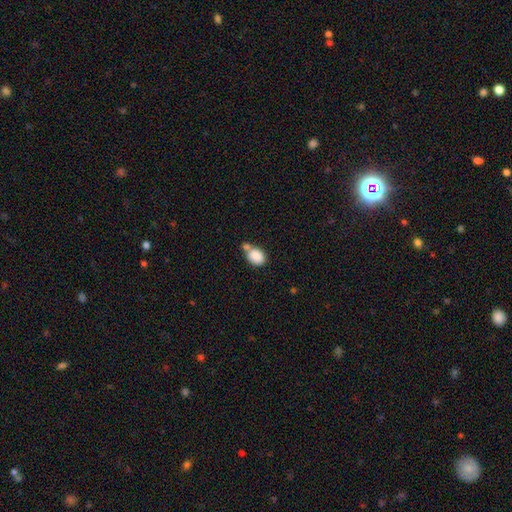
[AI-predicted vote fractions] A smooth galaxy with no disk features (86%) that is in between round and cigar-shaped (69%).

Vote fractions:
- Smooth or featured? smooth: 86% / star or artifact: 8% / featured or disk: 6%
- How rounded? in between: 69% / round: 30% / cigar-shaped: 1%
- Merging? none: 42% / merger: 39% / minor disturbance: 15% / major disturbance: 5%